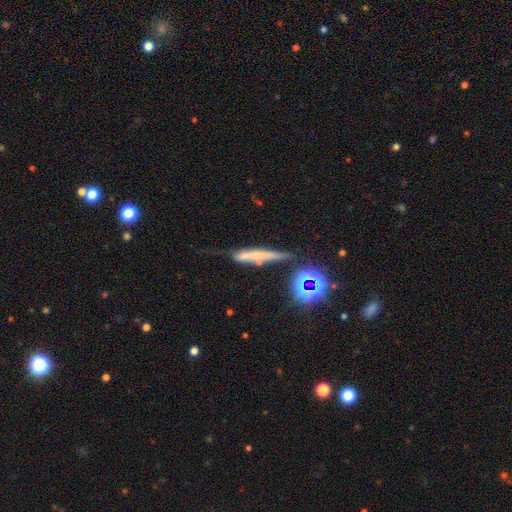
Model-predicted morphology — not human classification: A smooth galaxy with no disk features (49%).

Vote fractions:
- Smooth or featured? smooth: 49% / featured or disk: 31% / star or artifact: 20%
- Merging? none: 52% / minor disturbance: 27% / major disturbance: 13% / merger: 9%